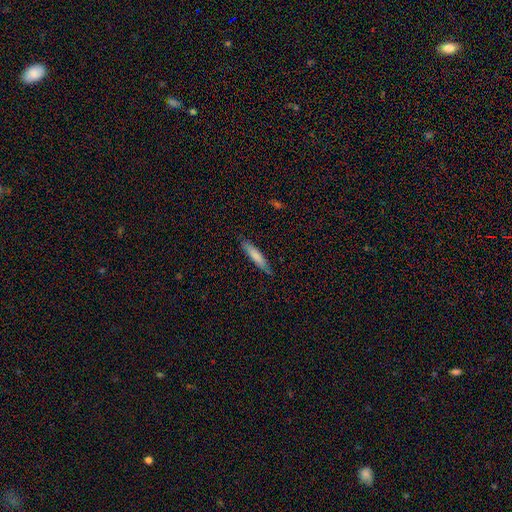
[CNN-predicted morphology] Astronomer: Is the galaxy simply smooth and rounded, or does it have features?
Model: smooth — 78%.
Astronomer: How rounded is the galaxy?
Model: cigar-shaped — 84%.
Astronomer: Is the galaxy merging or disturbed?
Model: none — 82%.